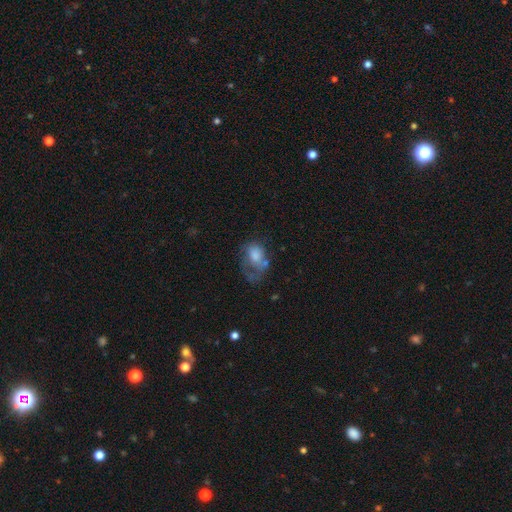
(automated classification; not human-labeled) Smooth or featured?
  - smooth: 60% *
  - featured or disk: 31%
  - star or artifact: 9%
How rounded?
  - in between: 73% *
  - round: 26%
  - cigar-shaped: 1%
Merging?
  - major disturbance: 45% *
  - none: 23%
  - minor disturbance: 23%
  - merger: 9%